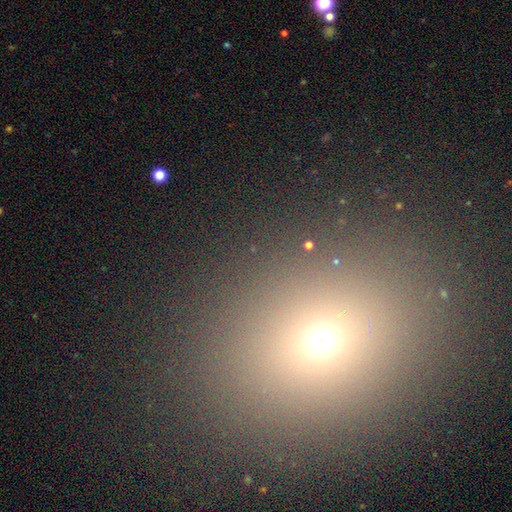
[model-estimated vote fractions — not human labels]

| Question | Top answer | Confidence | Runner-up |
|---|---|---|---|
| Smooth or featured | smooth | 61% | star or artifact (29%) |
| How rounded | round | 57% | in between (41%) |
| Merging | none | 86% | minor disturbance (7%) |